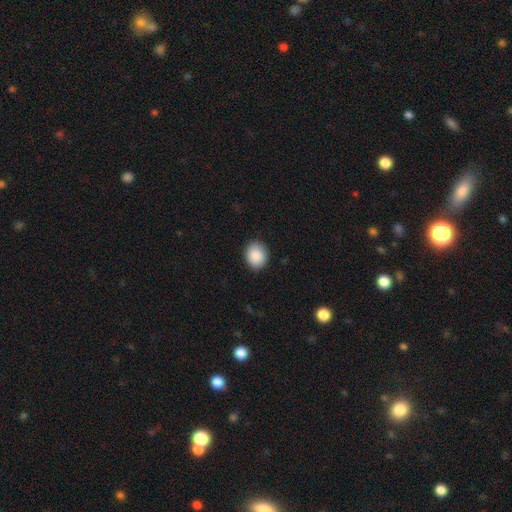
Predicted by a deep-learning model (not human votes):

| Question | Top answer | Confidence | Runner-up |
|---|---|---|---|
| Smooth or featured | smooth | 89% | star or artifact (8%) |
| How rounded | round | 63% | in between (36%) |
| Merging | none | 89% | minor disturbance (8%) |